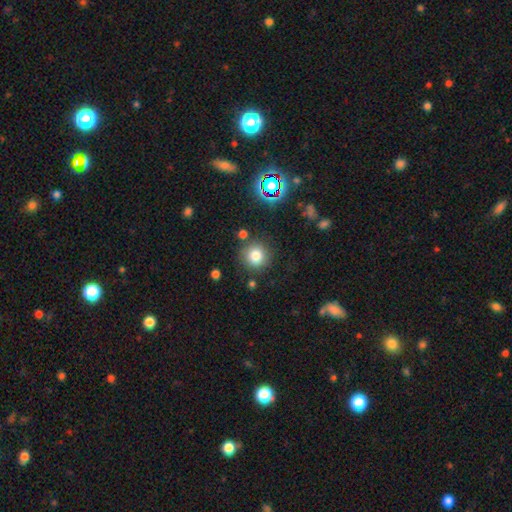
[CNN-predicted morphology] smooth 78%, star or artifact 14%, featured or disk 7%. Down the decision tree: how rounded — round (93%); merging — none (83%).